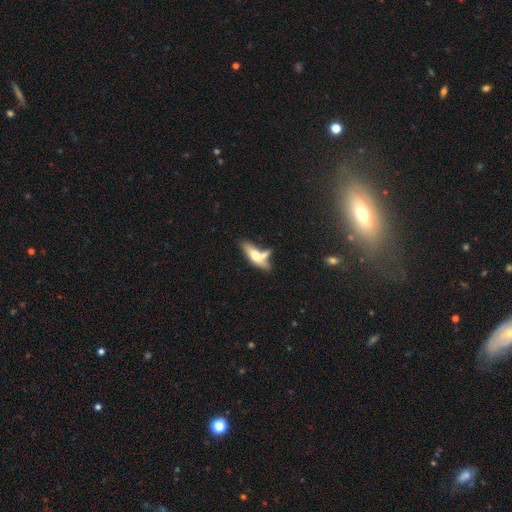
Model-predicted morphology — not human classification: The model was most divided on "how rounded": cigar-shaped: 49%, in between: 47%, round: 3%. Remaining: smooth or featured — smooth (56%); merging — none (43%).